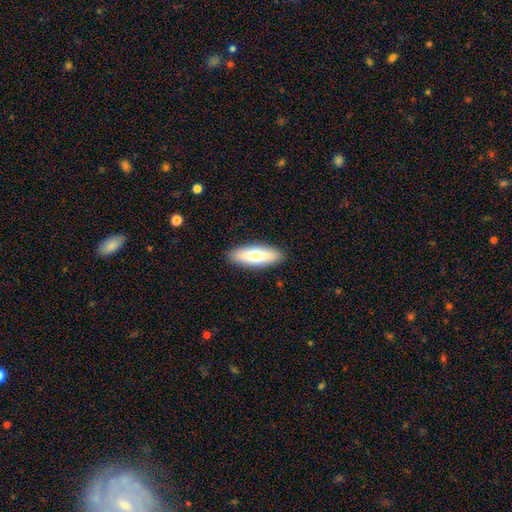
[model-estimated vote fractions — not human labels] Overall: smooth (70%). How rounded: in between (58%; cigar-shaped 40%). Merging: none (90%).